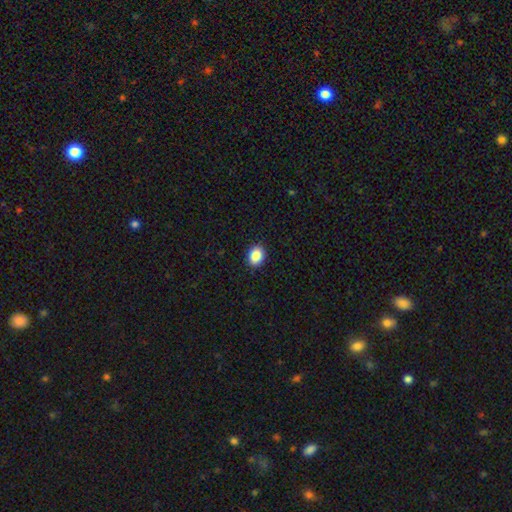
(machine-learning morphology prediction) A smooth galaxy with no disk features (88%) that is in between round and cigar-shaped (52%).

Vote fractions:
- Smooth or featured? smooth: 88% / star or artifact: 9% / featured or disk: 4%
- How rounded? in between: 52% / round: 47% / cigar-shaped: 1%
- Merging? none: 91% / minor disturbance: 6% / major disturbance: 2% / merger: 1%